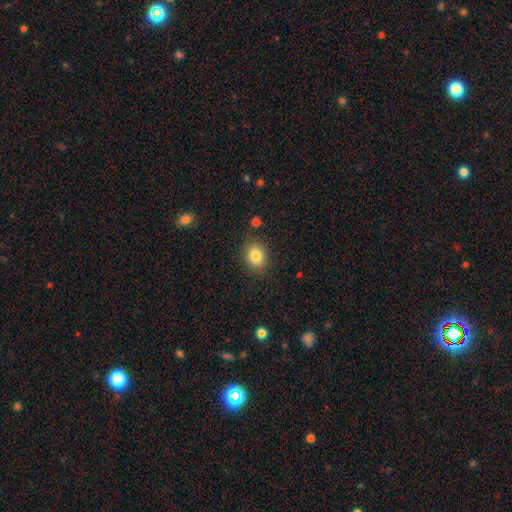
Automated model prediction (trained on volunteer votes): Morphology: type=smooth (83%); roundness=round (55%); merging=none (84%).